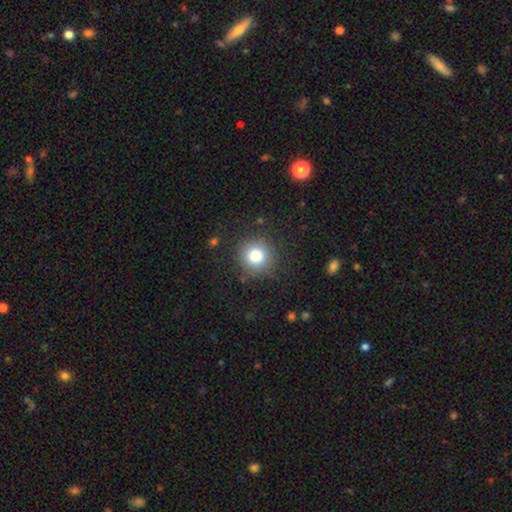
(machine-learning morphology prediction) This appears to be a smooth galaxy with no disk features (82%) that is round (93%). Merging: none (85%).